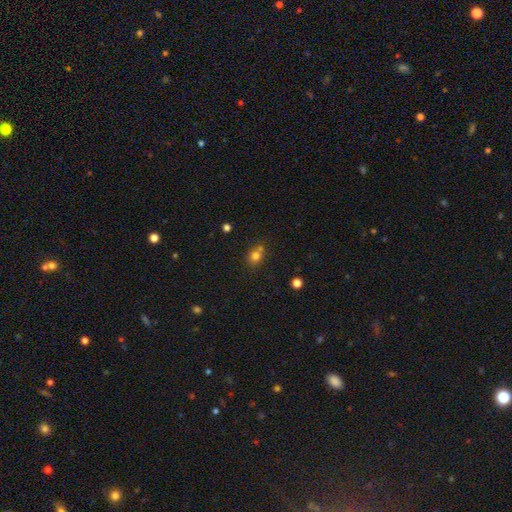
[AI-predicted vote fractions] Q: Smooth or featured?
A: smooth (76%); runner-up: star or artifact (15%)
Q: How rounded?
A: round (73%); runner-up: in between (26%)
Q: Merging?
A: none (54%); runner-up: merger (31%)